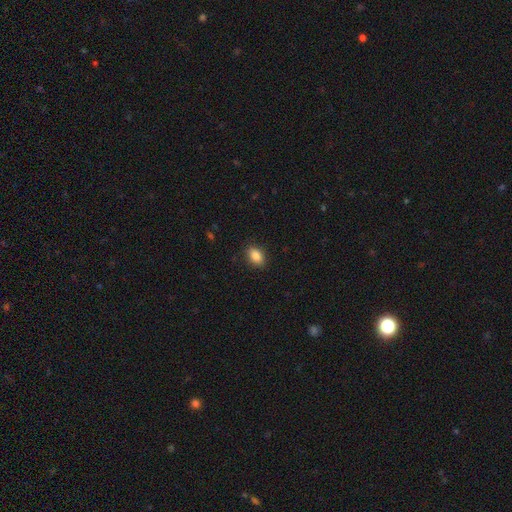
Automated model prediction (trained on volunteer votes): smooth-or-featured: smooth: 87% | star or artifact: 8% | featured or disk: 4%
  how-rounded: in between: 84% | round: 14% | cigar-shaped: 2%
  merging: none: 88% | minor disturbance: 9% | major disturbance: 2% | merger: 1%